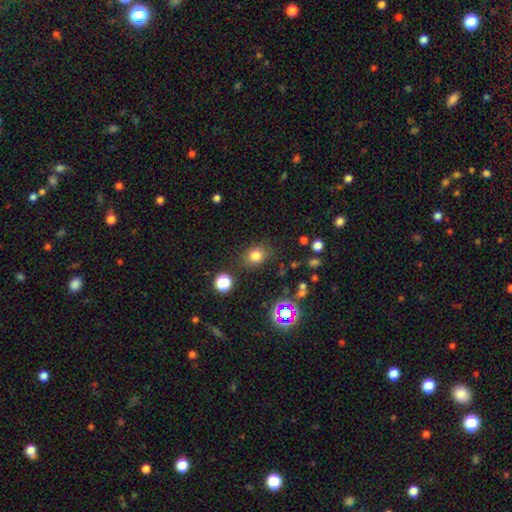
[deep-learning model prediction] Smooth or featured? Predicted: smooth (p=0.75). How rounded? Predicted: round (p=0.54). Merging? Predicted: none (p=0.79).